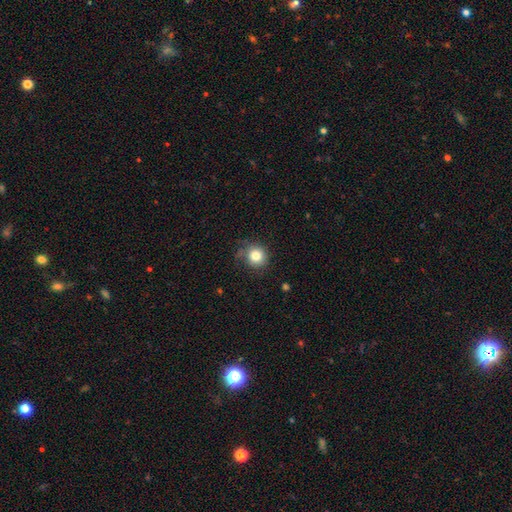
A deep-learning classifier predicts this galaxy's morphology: smooth_or_featured: smooth (p=0.81) [alt: star or artifact p=0.11]
how_rounded: round (p=0.88) [alt: in between p=0.11]
merging: none (p=0.73) [alt: minor disturbance p=0.19]